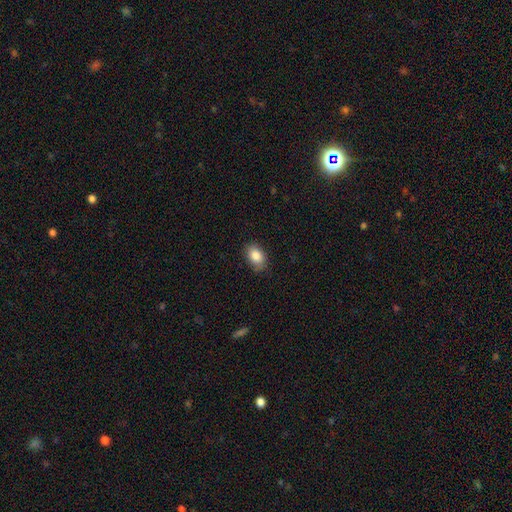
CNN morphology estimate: smooth-or-featured: smooth: 86% | star or artifact: 8% | featured or disk: 7%
  how-rounded: in between: 83% | round: 15% | cigar-shaped: 1%
  merging: none: 80% | minor disturbance: 16% | major disturbance: 3% | merger: 1%